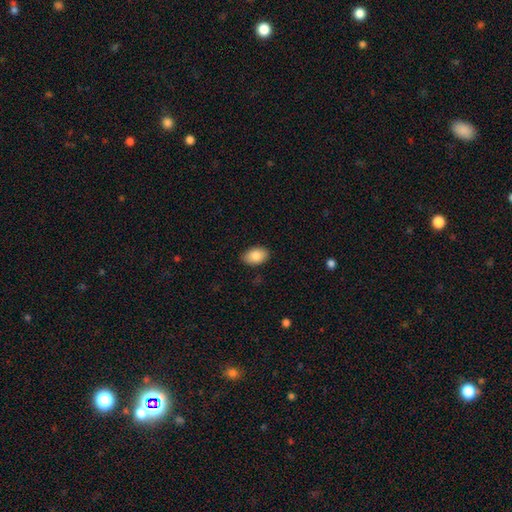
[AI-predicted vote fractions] Smooth or featured?
  - smooth: 85% *
  - featured or disk: 8%
  - star or artifact: 7%
How rounded?
  - in between: 91% *
  - round: 8%
  - cigar-shaped: 1%
Merging?
  - none: 88% *
  - minor disturbance: 9%
  - major disturbance: 2%
  - merger: 1%